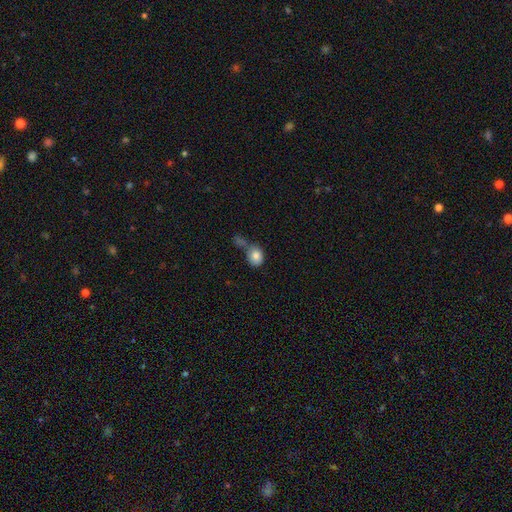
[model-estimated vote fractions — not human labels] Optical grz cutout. It shows a smooth galaxy with no disk features (81%) that is round (57%). Merging: merger (37%, tied with none).